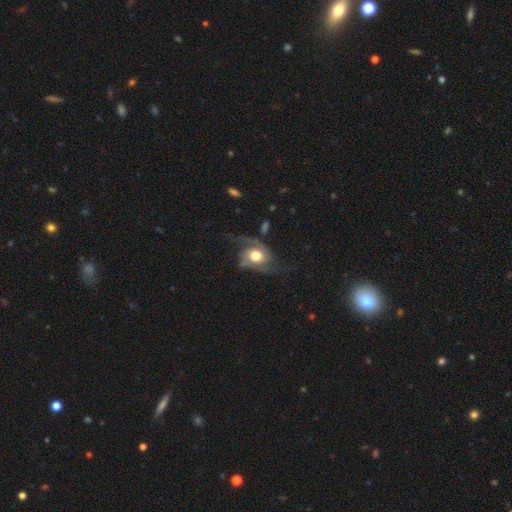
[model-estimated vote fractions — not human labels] featured or disk 71%, smooth 23%, star or artifact 6%. Down the decision tree: edge-on disk — no (96%); bar — no (73%); spiral arms — yes (89%); spiral arm count — 2 (83%); spiral winding — loose (54%); bulge size — moderate (57%); merging — none (48%).